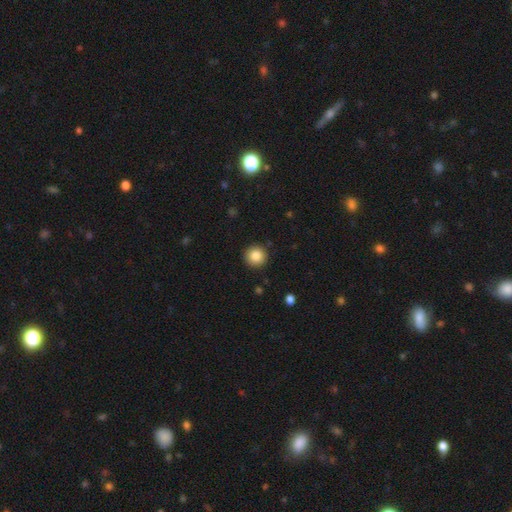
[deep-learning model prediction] Smooth or featured: smooth — 86% (star or artifact — 9%)
How rounded: round — 95% (in between — 4%)
Merging: none — 91% (minor disturbance — 6%)